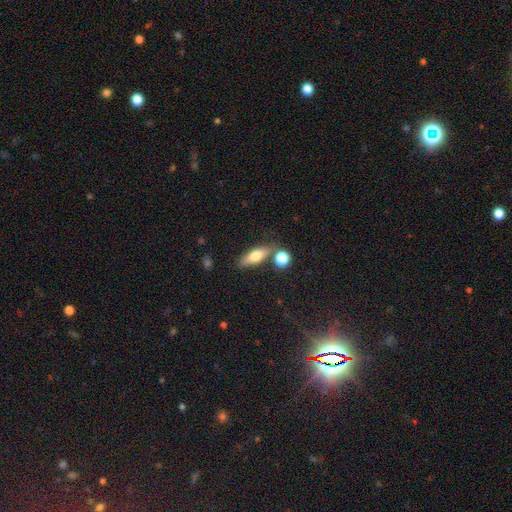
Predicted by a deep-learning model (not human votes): Smooth or featured? smooth (67%)
How rounded? in between (57%)
Merging? none (70%)